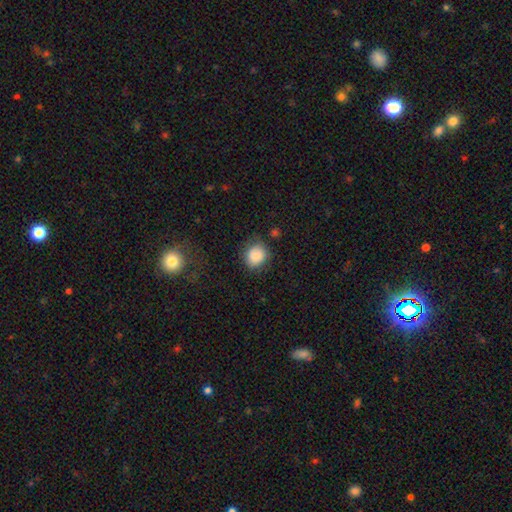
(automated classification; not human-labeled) The model was most divided on "how rounded": round: 74%, in between: 25%, cigar-shaped: 1%. More confident: smooth or featured — smooth (84%); merging — none (75%).